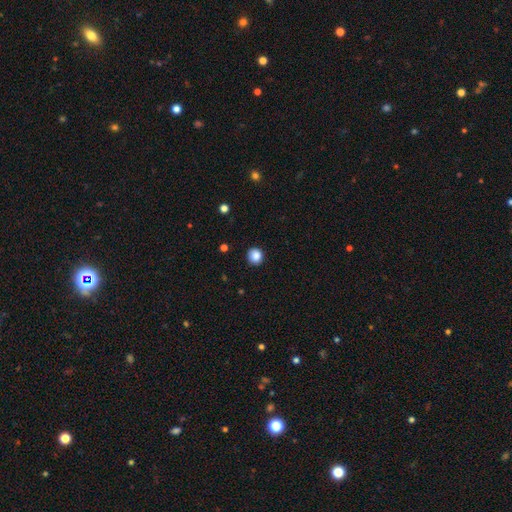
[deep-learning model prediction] Smooth or featured? Predicted: smooth (p=0.87). How rounded? Predicted: round (p=0.90). Merging? Predicted: none (p=0.90).